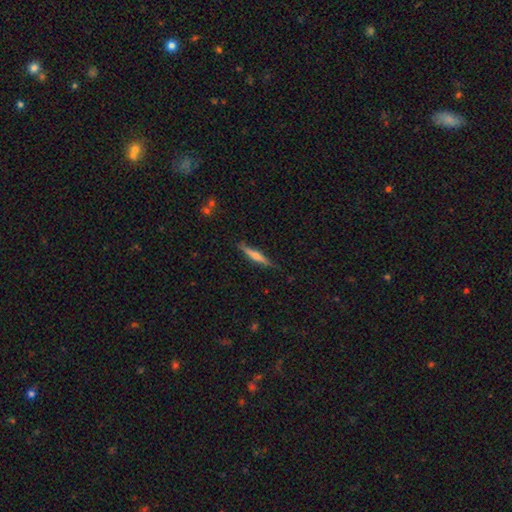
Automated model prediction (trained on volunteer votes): This is possibly a smooth galaxy (50%). How rounded: clearly cigar-shaped (91%). Merging: clearly none (84%).